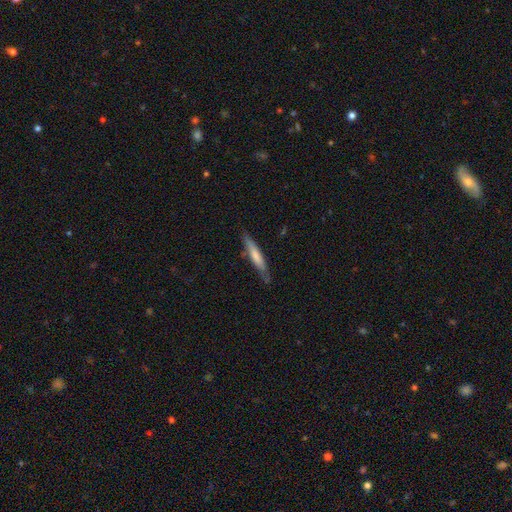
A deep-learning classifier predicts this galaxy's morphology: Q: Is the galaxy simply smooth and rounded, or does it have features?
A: smooth — 64%.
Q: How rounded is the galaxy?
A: cigar-shaped — 90%.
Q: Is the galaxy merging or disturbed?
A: none — 75%.